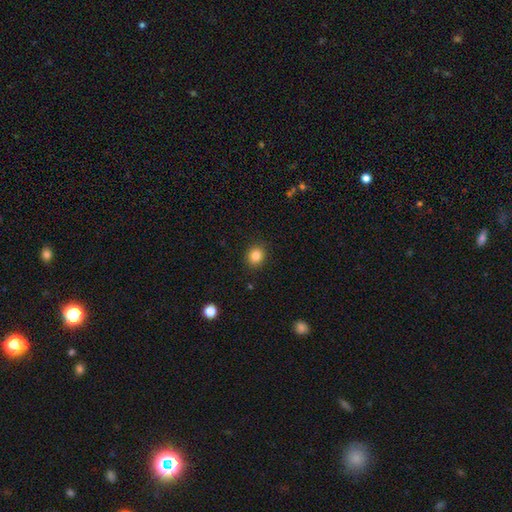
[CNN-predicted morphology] type=smooth (85%); roundness=round (71%); merging=none (88%).